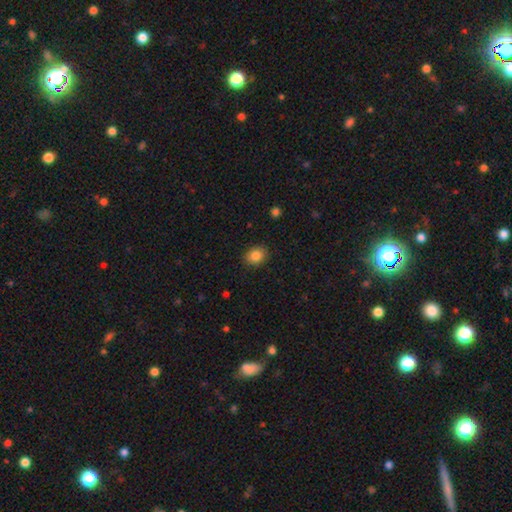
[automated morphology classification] Overall: smooth (85%). How rounded: in between (52%; round 47%). Merging: none (88%).